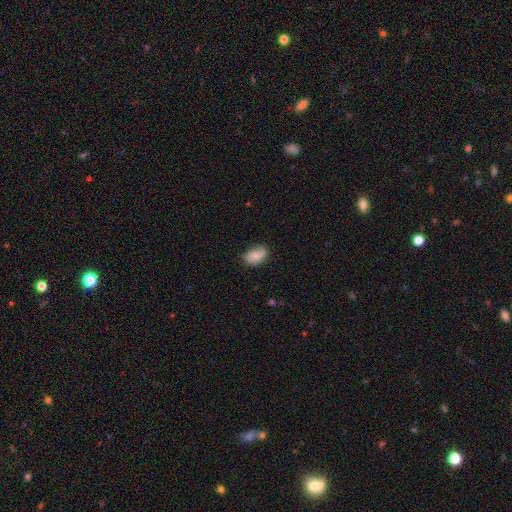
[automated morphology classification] type=smooth (61%); roundness=in between (86%); merging=none (64%).